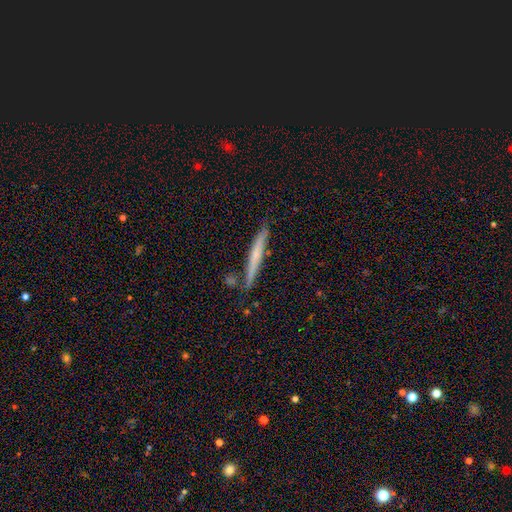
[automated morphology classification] Smooth or featured? Predicted: smooth (p=0.52). How rounded? Predicted: cigar-shaped (p=0.96). Merging? Predicted: none (p=0.82).